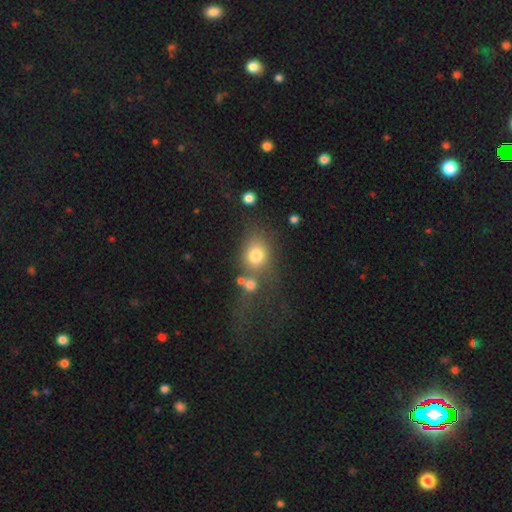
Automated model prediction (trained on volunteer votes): This appears to be a smooth galaxy with no disk features (76%) that is round (61%). Merging: none (46%).